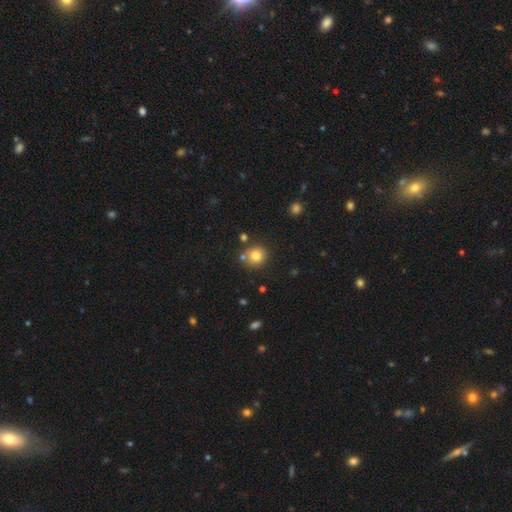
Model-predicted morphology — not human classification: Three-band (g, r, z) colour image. It shows a smooth galaxy with no disk features (79%) that is round (88%). Merging: none (73%).